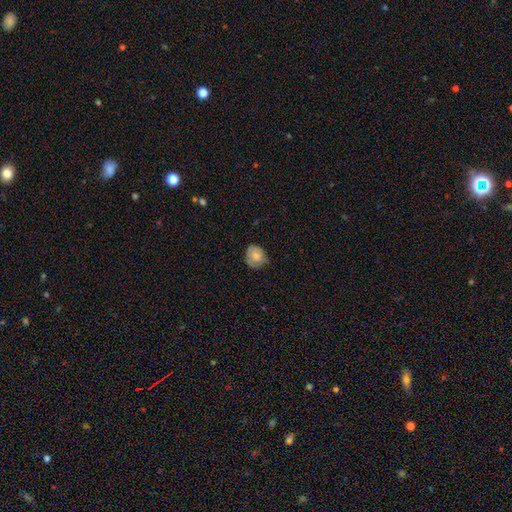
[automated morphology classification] A smooth galaxy with no disk features (73%) that is round (75%). Merging: none (64%).